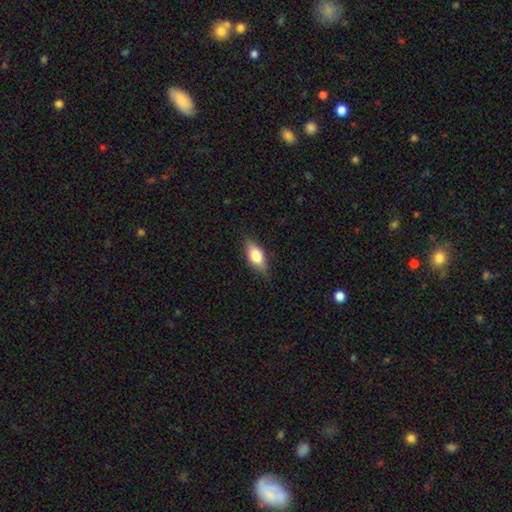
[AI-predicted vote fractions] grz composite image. It shows a smooth galaxy with no disk features (57%) that is in between round and cigar-shaped (73%). Merging: none (82%).